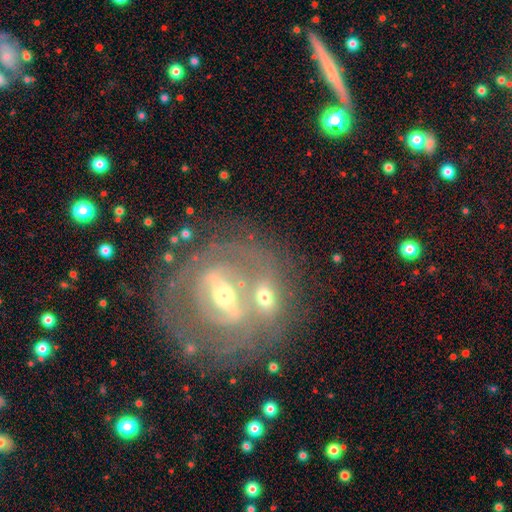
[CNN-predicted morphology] A featured or disk galaxy (77%) with a strong bar (52%), no spiral arms (51%) and a moderate central bulge (56%).

Vote fractions:
- Smooth or featured? featured or disk: 77% / smooth: 13% / star or artifact: 10%
- Edge-on disk? no: 86% / yes: 14%
- Bar? strong: 52% / weak: 30% / no: 18%
- Spiral arms? no: 51% / yes: 49%
- Bulge size? moderate: 56% / small: 35% / large: 6% / none: 2% / dominant: 2%
- Merging? none: 57% / merger: 21% / minor disturbance: 12% / major disturbance: 9%